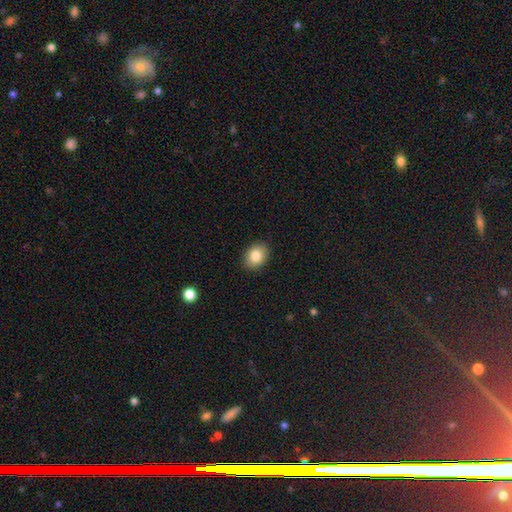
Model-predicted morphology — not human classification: smooth-or-featured: smooth: 83% | star or artifact: 8% | featured or disk: 8%
  how-rounded: in between: 67% | round: 32% | cigar-shaped: 1%
  merging: none: 89% | minor disturbance: 8% | major disturbance: 2% | merger: 1%